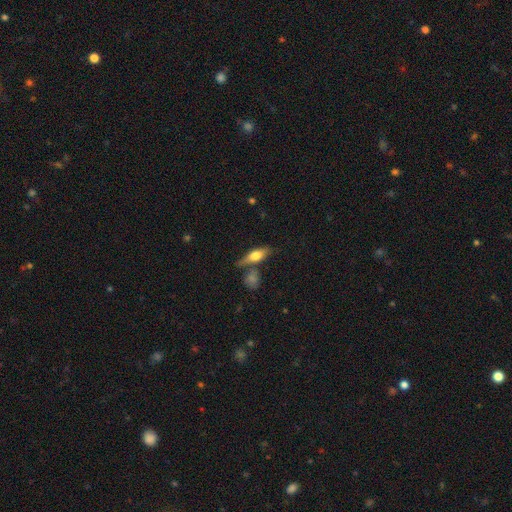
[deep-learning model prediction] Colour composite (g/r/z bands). It shows a smooth galaxy with no disk features (53%) that is in between round and cigar-shaped (53%). Merging: none (62%).